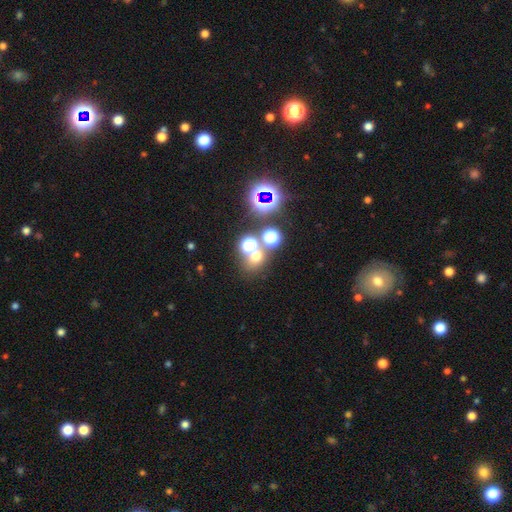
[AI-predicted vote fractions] Smooth or featured?
  - smooth: 51% *
  - star or artifact: 38%
  - featured or disk: 11%
How rounded?
  - round: 78% *
  - in between: 21%
  - cigar-shaped: 1%
Merging?
  - none: 58% *
  - merger: 29%
  - minor disturbance: 8%
  - major disturbance: 5%